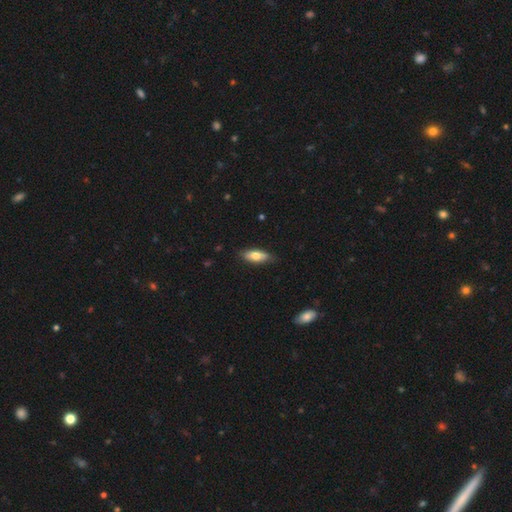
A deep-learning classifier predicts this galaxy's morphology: This is likely a smooth galaxy (75%). How rounded: likely in between (76%). Merging: clearly none (81%).